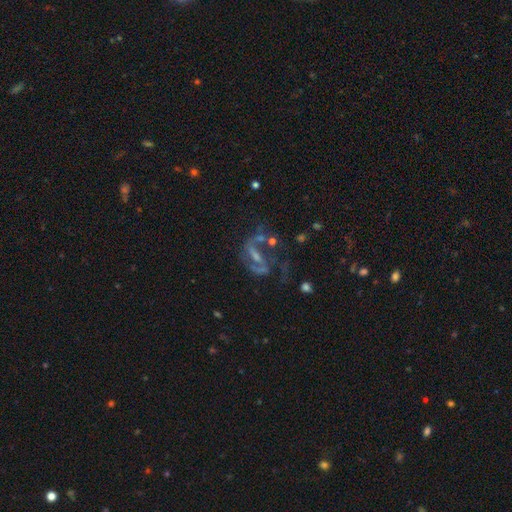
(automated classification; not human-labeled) This appears to be a featured or disk galaxy (73%) with a weak bar (39%), 2 (71%) loose (48%) spiral arms (77%) and a small central bulge (46%). Merging: none (37%).